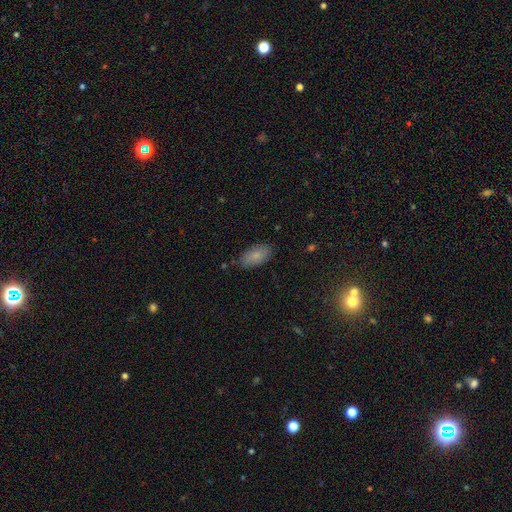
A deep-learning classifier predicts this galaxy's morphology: Smooth or featured?
  - smooth: 82% *
  - featured or disk: 10%
  - star or artifact: 8%
How rounded?
  - in between: 93% *
  - cigar-shaped: 4%
  - round: 3%
Merging?
  - none: 83% *
  - minor disturbance: 13%
  - major disturbance: 3%
  - merger: 2%